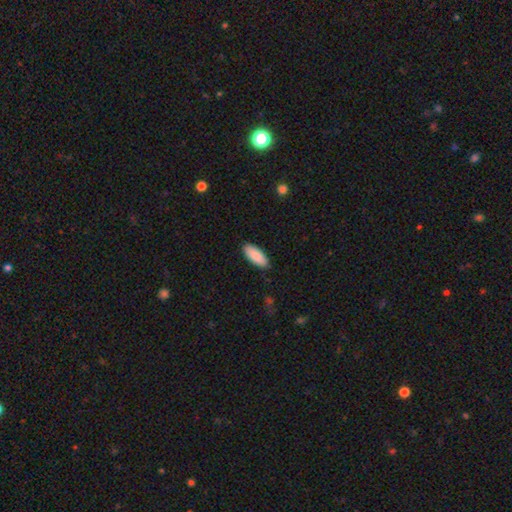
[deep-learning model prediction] smooth 90%, star or artifact 5%, featured or disk 4%. Down the decision tree: how rounded — in between (82%); merging — none (90%).